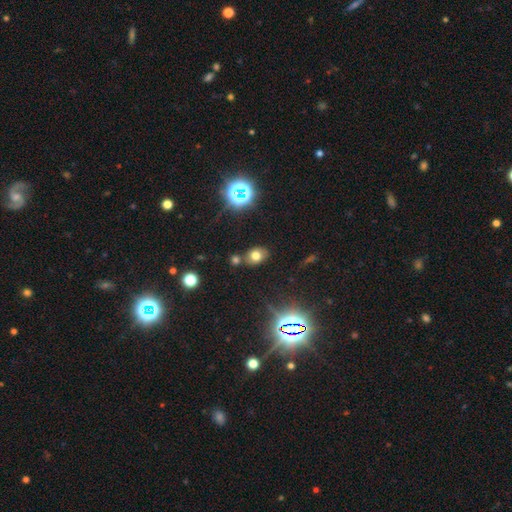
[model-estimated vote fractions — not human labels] Smooth or featured: smooth — 68% (star or artifact — 21%)
How rounded: in between — 65% (round — 34%)
Merging: none — 72% (merger — 13%)